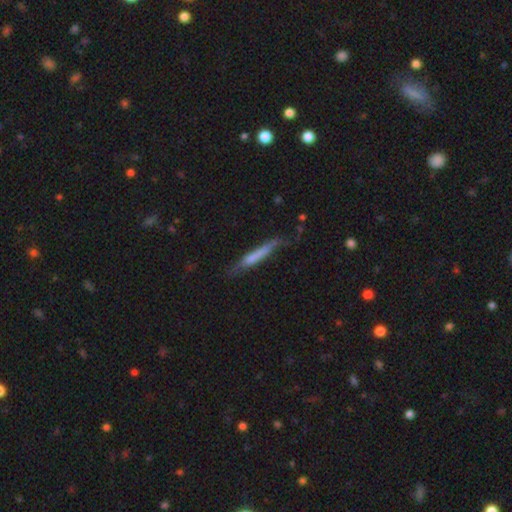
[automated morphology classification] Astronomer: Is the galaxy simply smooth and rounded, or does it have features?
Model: smooth — 58% (runner-up: featured or disk, 35%).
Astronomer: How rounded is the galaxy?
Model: cigar-shaped — 94%.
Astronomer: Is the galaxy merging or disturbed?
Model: none — 64%.